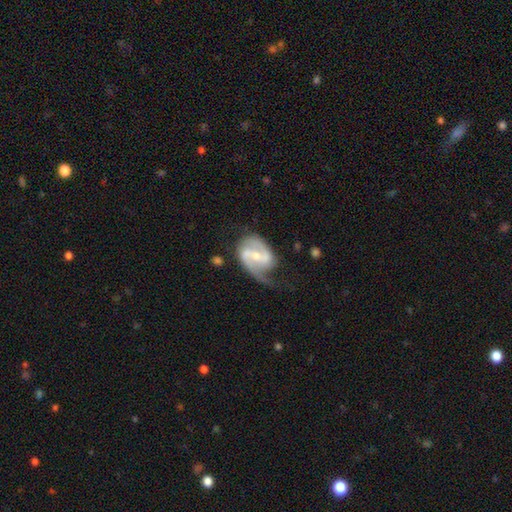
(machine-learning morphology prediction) Overall: featured or disk (84%). Edge-on disk: no (97%). Bar: weak (44%; strong 38%). Spiral arms: yes (94%). Spiral arm count: 2 (78%). Spiral winding: medium (46%; loose 35%). Bulge size: small (47%; moderate 46%). Merging: none (44%; minor disturbance 28%).